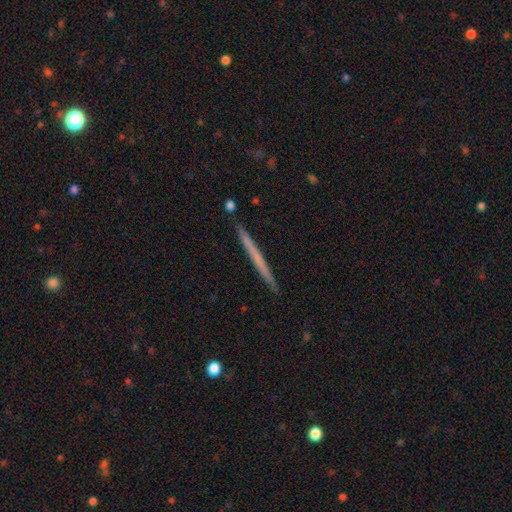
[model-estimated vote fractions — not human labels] Overall: smooth (49%; featured or disk 46%). Merging: none (92%).